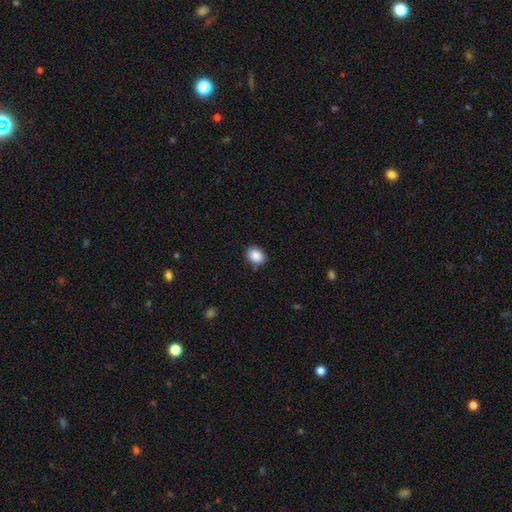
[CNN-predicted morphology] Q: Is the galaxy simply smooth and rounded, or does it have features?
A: smooth — 87%.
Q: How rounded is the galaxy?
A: in between — 55%.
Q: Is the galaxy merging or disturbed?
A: none — 85%.